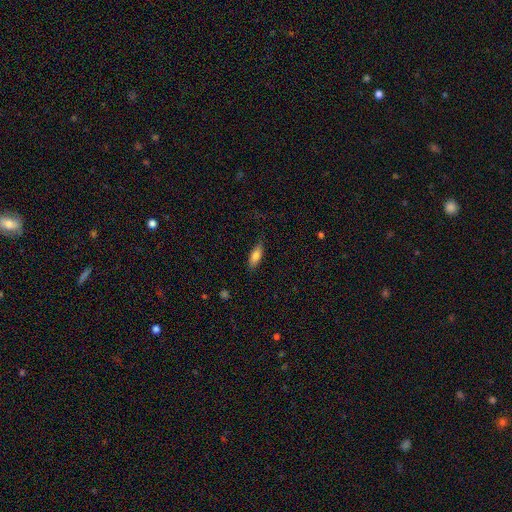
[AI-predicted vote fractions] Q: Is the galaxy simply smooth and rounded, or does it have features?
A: smooth — 78%.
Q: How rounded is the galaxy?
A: in between — 69%.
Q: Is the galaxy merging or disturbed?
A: none — 78%.